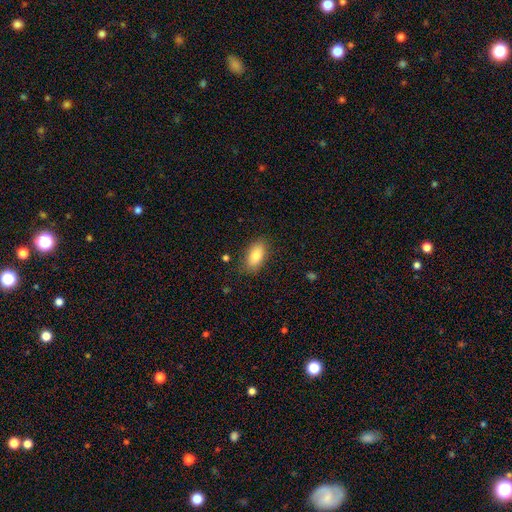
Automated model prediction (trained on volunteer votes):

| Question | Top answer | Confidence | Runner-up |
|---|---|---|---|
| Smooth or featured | smooth | 81% | featured or disk (11%) |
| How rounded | in between | 90% | cigar-shaped (6%) |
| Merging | none | 84% | minor disturbance (12%) |